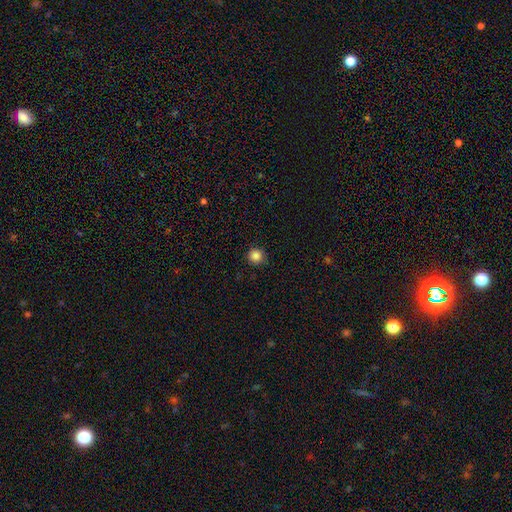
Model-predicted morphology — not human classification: smooth_or_featured: smooth (p=0.85) [alt: star or artifact p=0.12]
how_rounded: round (p=0.94) [alt: in between p=0.05]
merging: none (p=0.89) [alt: minor disturbance p=0.08]